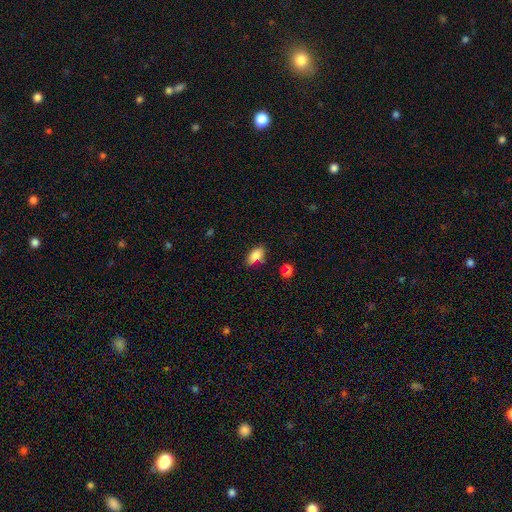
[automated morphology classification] Smooth or featured?
  - smooth: 83% *
  - star or artifact: 9%
  - featured or disk: 8%
How rounded?
  - in between: 88% *
  - cigar-shaped: 6%
  - round: 6%
Merging?
  - none: 65% *
  - minor disturbance: 23%
  - merger: 6%
  - major disturbance: 5%